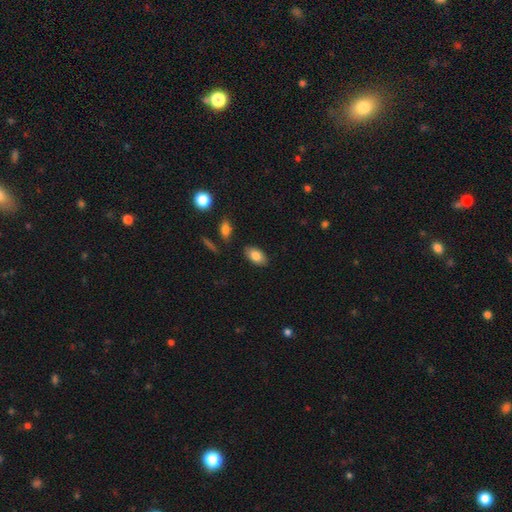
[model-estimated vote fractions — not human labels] This appears to be a smooth galaxy with no disk features (82%) that is in between round and cigar-shaped (93%). Merging: none (85%).